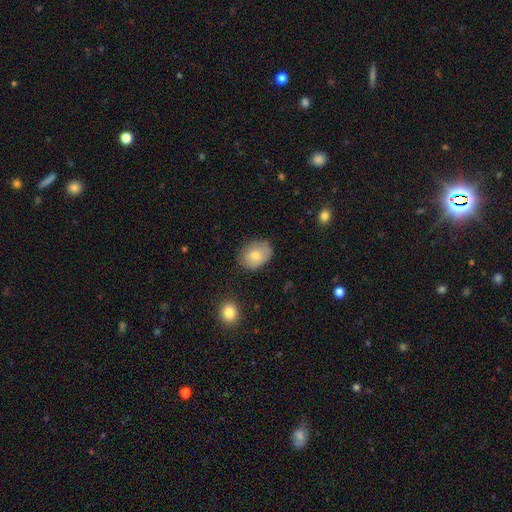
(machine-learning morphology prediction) Smooth or featured? Predicted: smooth (p=0.76). How rounded? Predicted: in between (p=0.65). Merging? Predicted: none (p=0.75).